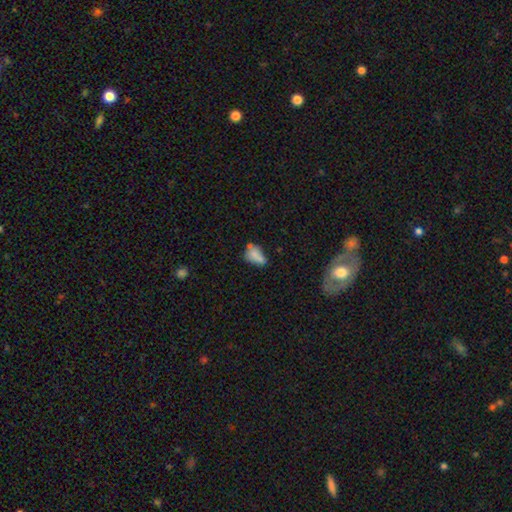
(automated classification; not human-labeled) smooth-or-featured: smooth: 71% | featured or disk: 18% | star or artifact: 11%
  how-rounded: in between: 78% | round: 18% | cigar-shaped: 3%
  merging: none: 35% | merger: 32% | minor disturbance: 22% | major disturbance: 10%